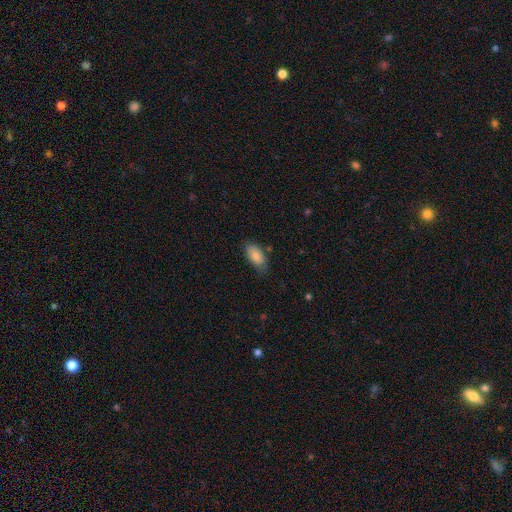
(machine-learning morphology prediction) smooth_or_featured: smooth (p=0.85) [alt: featured or disk p=0.08]
how_rounded: in between (p=0.92) [alt: cigar-shaped p=0.06]
merging: none (p=0.74) [alt: minor disturbance p=0.20]